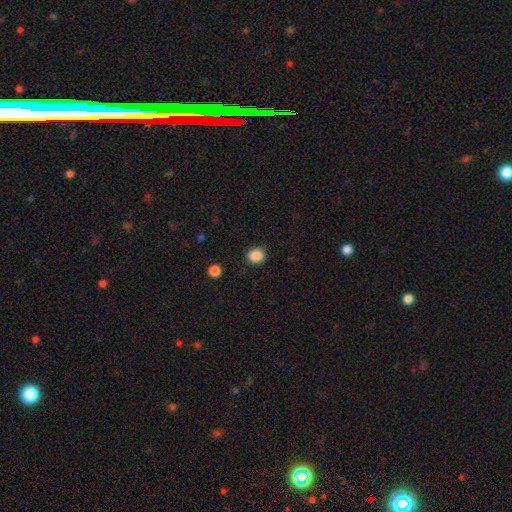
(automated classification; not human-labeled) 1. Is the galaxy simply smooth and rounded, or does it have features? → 87% smooth, 10% star or artifact, 3% featured or disk.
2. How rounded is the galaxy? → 84% round, 15% in between, 1% cigar-shaped.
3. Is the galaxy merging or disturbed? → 87% none, 9% minor disturbance, 2% major disturbance, 1% merger.